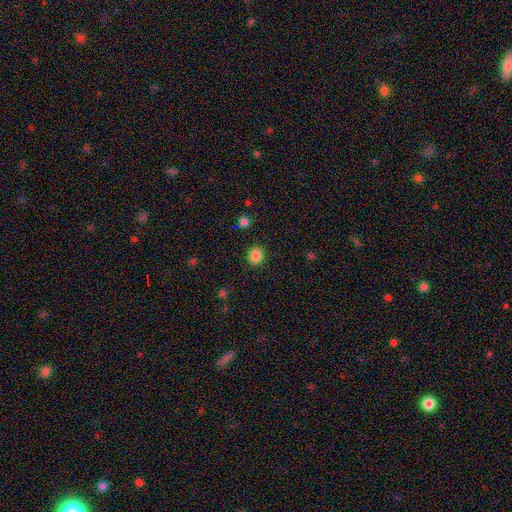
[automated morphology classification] smooth-or-featured: smooth: 86% | star or artifact: 11% | featured or disk: 4%
  how-rounded: round: 82% | in between: 17% | cigar-shaped: 1%
  merging: none: 90% | minor disturbance: 7% | major disturbance: 2% | merger: 1%